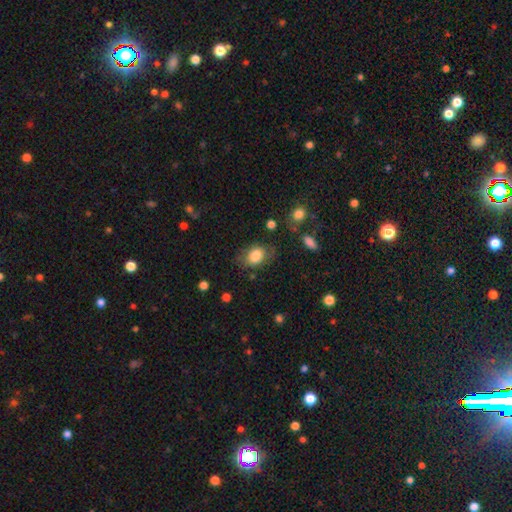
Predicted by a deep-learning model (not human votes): smooth_or_featured: smooth (p=0.79) [alt: featured or disk p=0.13]
how_rounded: in between (p=0.75) [alt: round p=0.24]
merging: none (p=0.67) [alt: minor disturbance p=0.21]